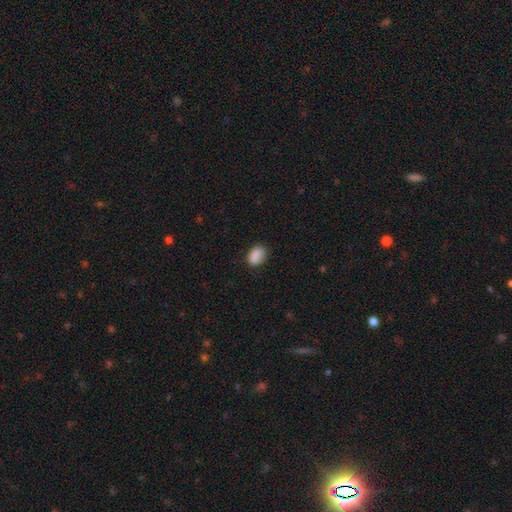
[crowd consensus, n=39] smooth 97%, star or artifact 3%, featured or disk 0%. Down the decision tree: how rounded — in between (82%); merging — none (68%).